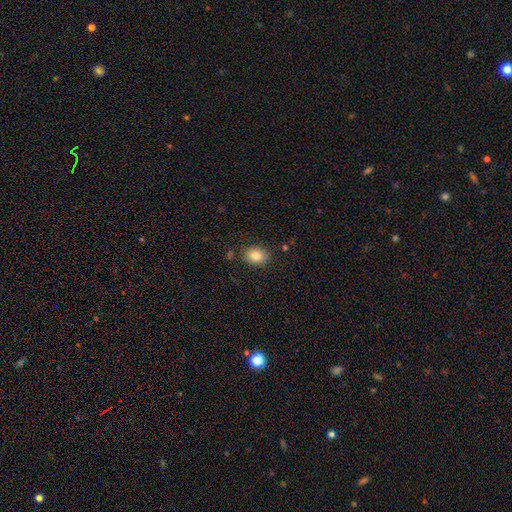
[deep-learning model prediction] Overall: smooth (84%). How rounded: in between (63%; round 36%). Merging: none (83%).